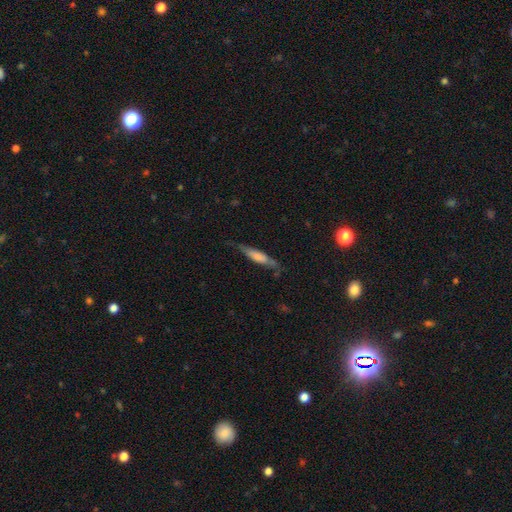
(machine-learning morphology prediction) smooth-or-featured: smooth: 57% | featured or disk: 37% | star or artifact: 6%
  how-rounded: cigar-shaped: 76% | in between: 22% | round: 2%
  merging: none: 63% | minor disturbance: 26% | major disturbance: 9% | merger: 2%